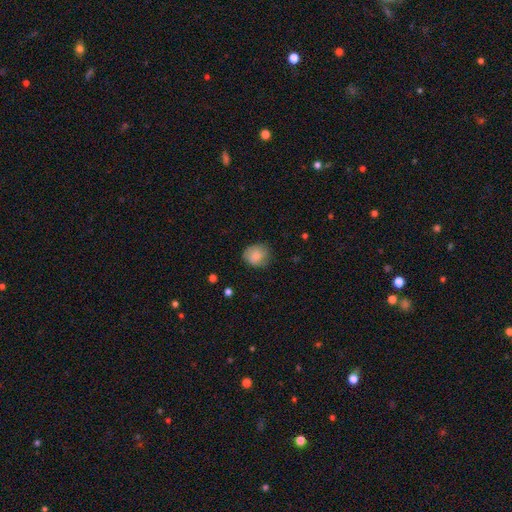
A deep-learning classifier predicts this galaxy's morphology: Smooth or featured? Predicted: smooth (p=0.80). How rounded? Predicted: round (p=0.71). Merging? Predicted: none (p=0.67).